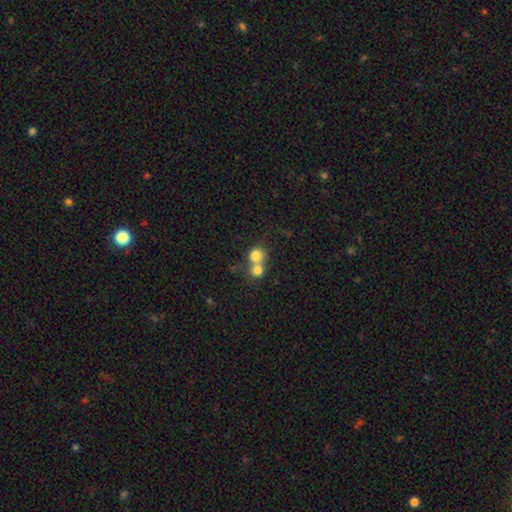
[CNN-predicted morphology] Smooth or featured? Predicted: smooth (p=0.76). How rounded? Predicted: round (p=0.83). Merging? Predicted: merger (p=0.61).